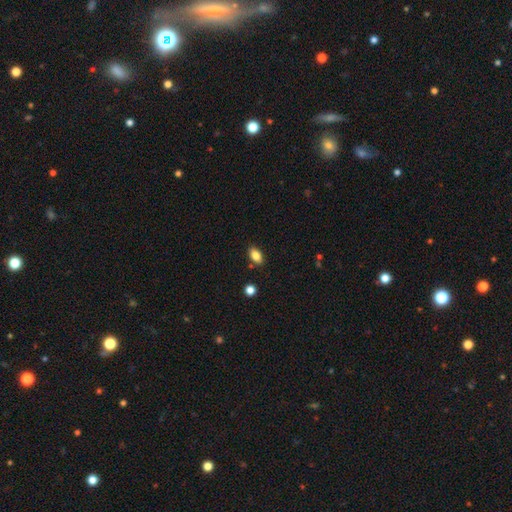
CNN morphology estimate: smooth 84%, star or artifact 9%, featured or disk 7%. Down the decision tree: how rounded — in between (90%); merging — none (84%).